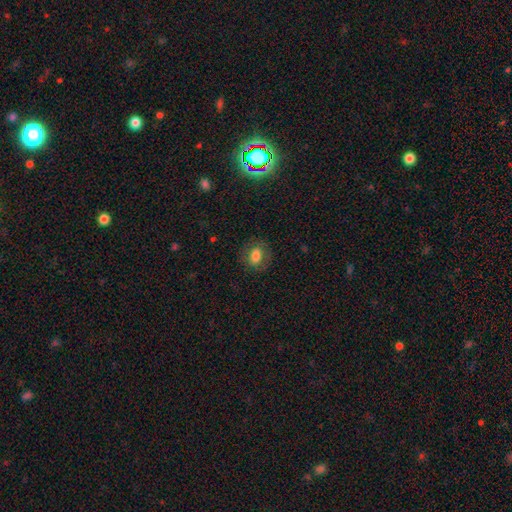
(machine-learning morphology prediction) A smooth galaxy with no disk features (74%) that is in between round and cigar-shaped (64%).

Vote fractions:
- Smooth or featured? smooth: 74% / featured or disk: 17% / star or artifact: 10%
- How rounded? in between: 64% / round: 35% / cigar-shaped: 2%
- Merging? none: 79% / minor disturbance: 13% / major disturbance: 7% / merger: 1%